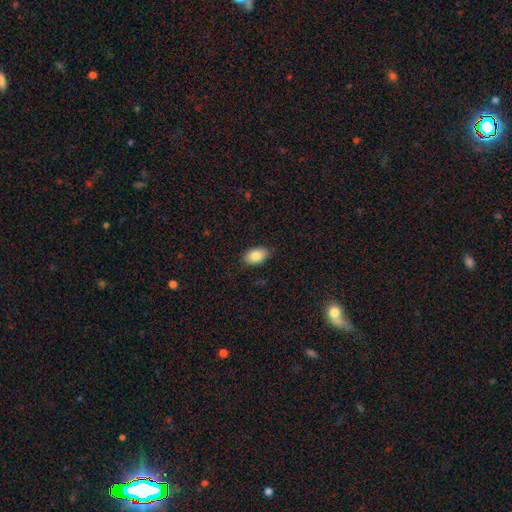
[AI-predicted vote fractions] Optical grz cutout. It shows a smooth galaxy with no disk features (85%) that is in between round and cigar-shaped (91%). Merging: none (87%).